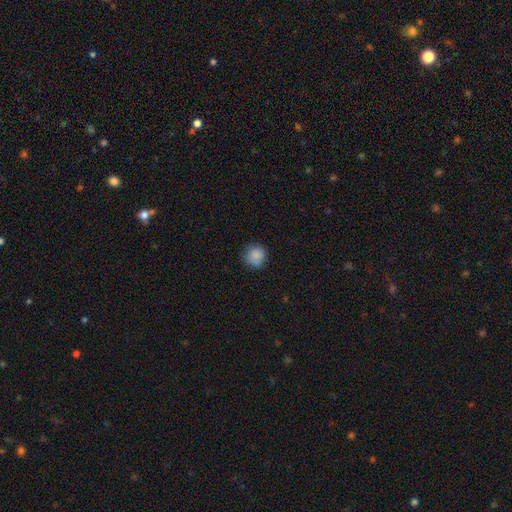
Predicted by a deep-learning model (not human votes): Overall: smooth (85%). How rounded: round (89%). Merging: none (78%).